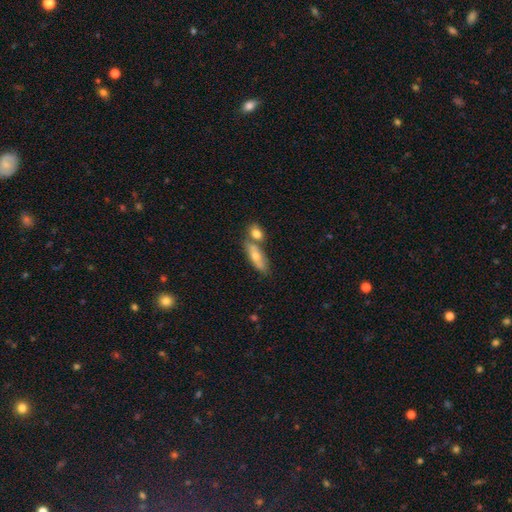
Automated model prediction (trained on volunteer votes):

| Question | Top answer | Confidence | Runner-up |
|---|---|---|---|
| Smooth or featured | smooth | 54% | featured or disk (38%) |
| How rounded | in between | 54% | cigar-shaped (41%) |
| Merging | none | 50% | merger (35%) |